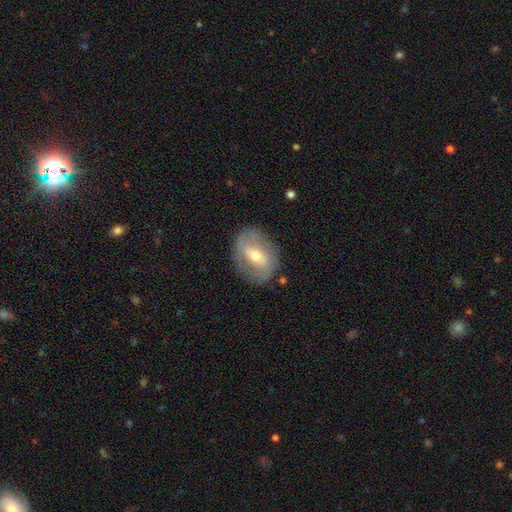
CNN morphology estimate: type=featured or disk (62%); edge-on=no (93%); bar=weak (41%); spiral arms=yes (56%); bulge=moderate (58%); merging=none (77%).